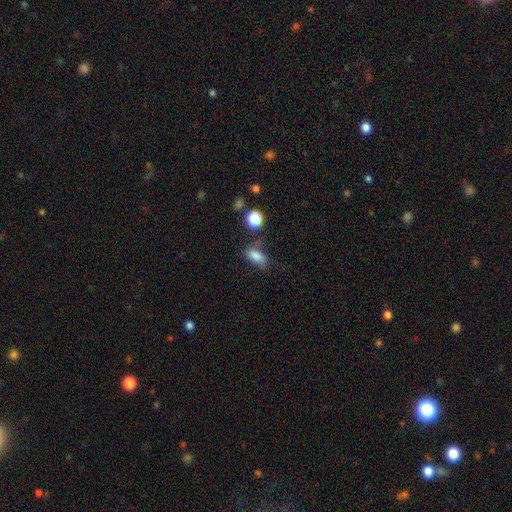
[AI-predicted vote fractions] smooth 82%, star or artifact 11%, featured or disk 7%. Down the decision tree: how rounded — in between (84%); merging — none (57%).